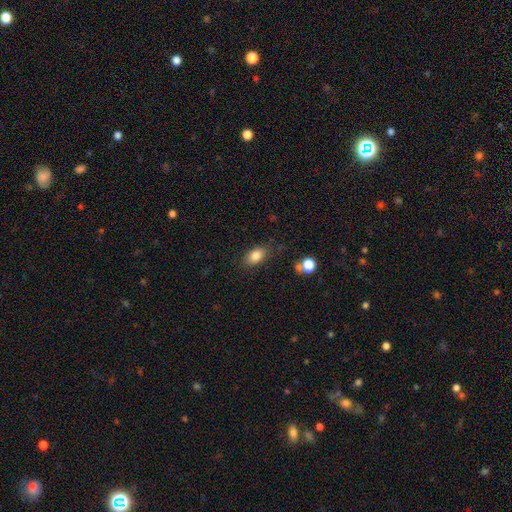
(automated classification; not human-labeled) A smooth galaxy with no disk features (83%) that is in between round and cigar-shaped (84%).

Vote fractions:
- Smooth or featured? smooth: 83% / star or artifact: 9% / featured or disk: 8%
- How rounded? in between: 84% / round: 13% / cigar-shaped: 3%
- Merging? none: 78% / minor disturbance: 15% / major disturbance: 4% / merger: 3%